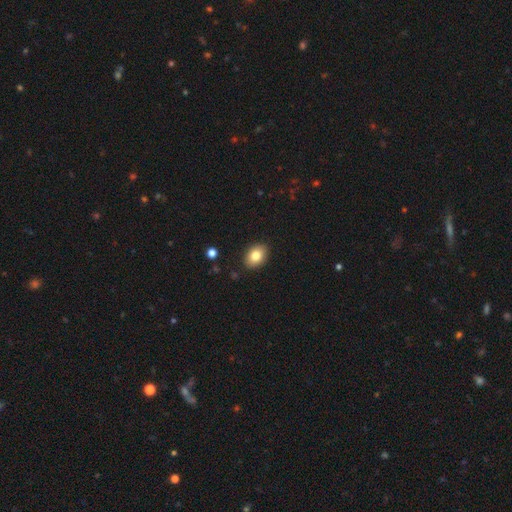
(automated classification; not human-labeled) Q: Smooth or featured?
A: smooth (82%); runner-up: featured or disk (9%)
Q: How rounded?
A: in between (77%); runner-up: round (22%)
Q: Merging?
A: none (88%); runner-up: minor disturbance (8%)